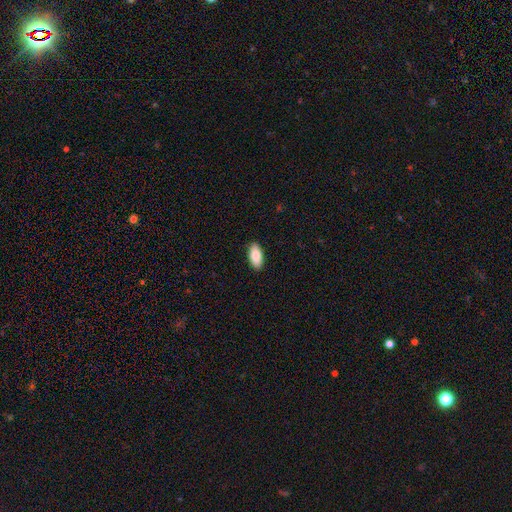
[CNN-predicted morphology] type=smooth (87%); roundness=in between (92%); merging=none (89%).